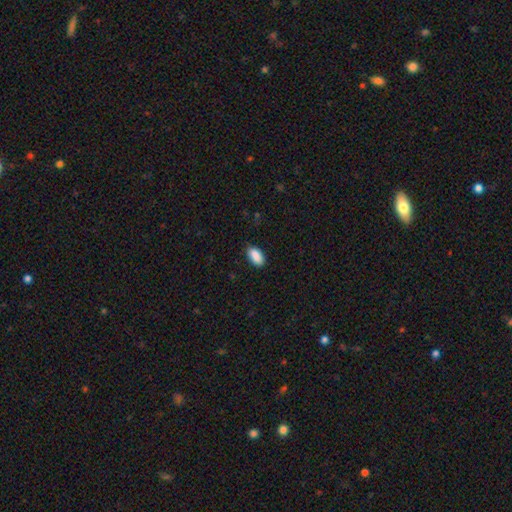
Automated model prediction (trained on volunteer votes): smooth_or_featured: smooth (p=0.90) [alt: star or artifact p=0.07]
how_rounded: in between (p=0.93) [alt: cigar-shaped p=0.04]
merging: none (p=0.86) [alt: minor disturbance p=0.11]